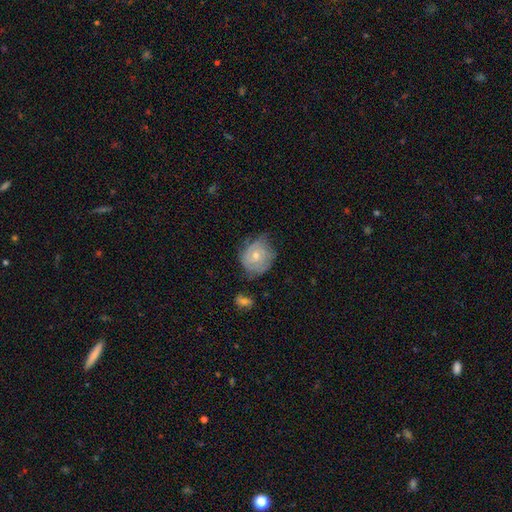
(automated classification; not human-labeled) This appears to be a featured or disk galaxy (48%). Merging: none (51%).